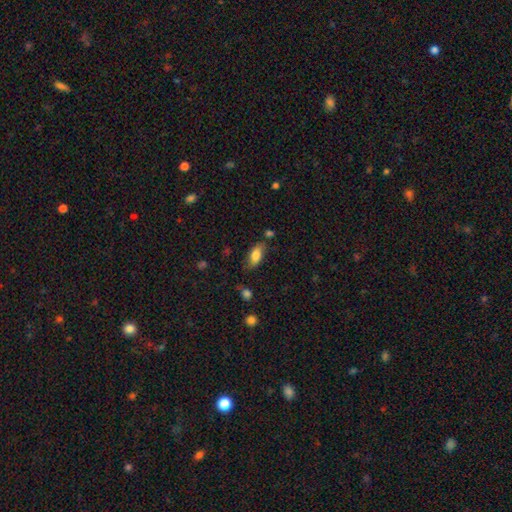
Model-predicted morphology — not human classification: A smooth galaxy with no disk features (80%) that is in between round and cigar-shaped (87%).

Vote fractions:
- Smooth or featured? smooth: 80% / featured or disk: 13% / star or artifact: 7%
- How rounded? in between: 87% / cigar-shaped: 9% / round: 3%
- Merging? none: 70% / minor disturbance: 20% / major disturbance: 5% / merger: 4%